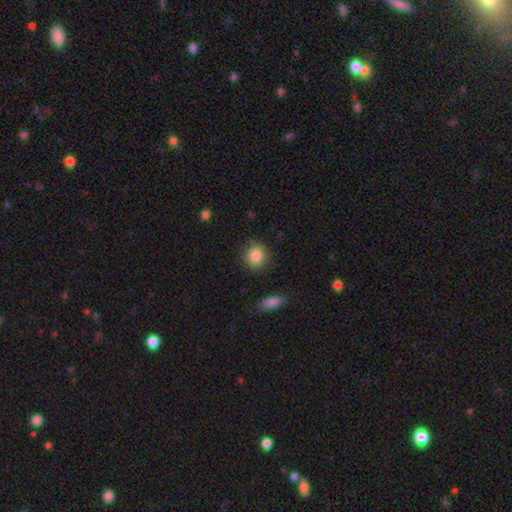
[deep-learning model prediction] Smooth or featured: smooth — 87% (star or artifact — 8%)
How rounded: round — 81% (in between — 18%)
Merging: none — 82% (minor disturbance — 12%)